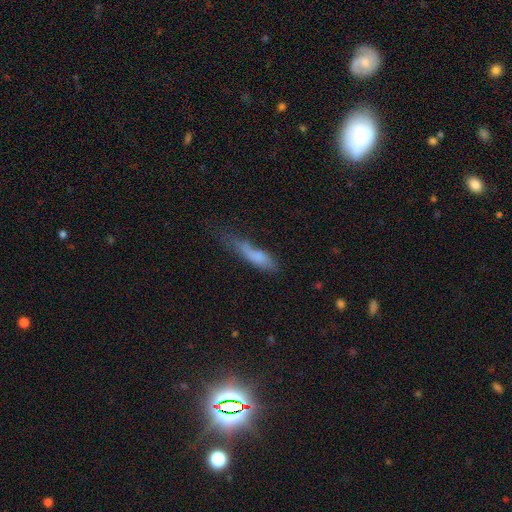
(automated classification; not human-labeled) Morphology: type=smooth (70%); roundness=cigar-shaped (73%); merging=none (36%).